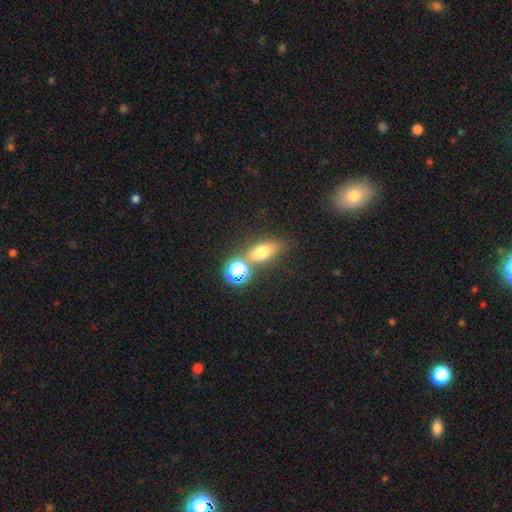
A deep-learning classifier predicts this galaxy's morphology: smooth 60%, featured or disk 20%, star or artifact 20%. Down the decision tree: how rounded — in between (60%); merging — none (64%).